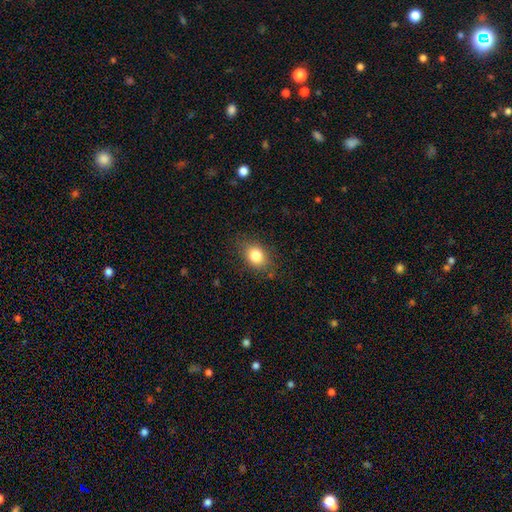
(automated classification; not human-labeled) smooth_or_featured: smooth (p=0.82) [alt: star or artifact p=0.10]
how_rounded: in between (p=0.62) [alt: round p=0.36]
merging: none (p=0.81) [alt: minor disturbance p=0.14]